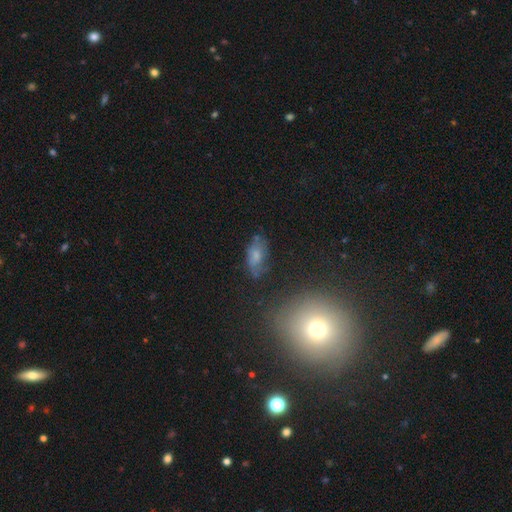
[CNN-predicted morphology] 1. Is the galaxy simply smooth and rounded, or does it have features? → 61% smooth, 24% featured or disk, 15% star or artifact.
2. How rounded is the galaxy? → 87% in between, 7% cigar-shaped, 6% round.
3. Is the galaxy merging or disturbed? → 59% none, 24% minor disturbance, 11% major disturbance, 6% merger.